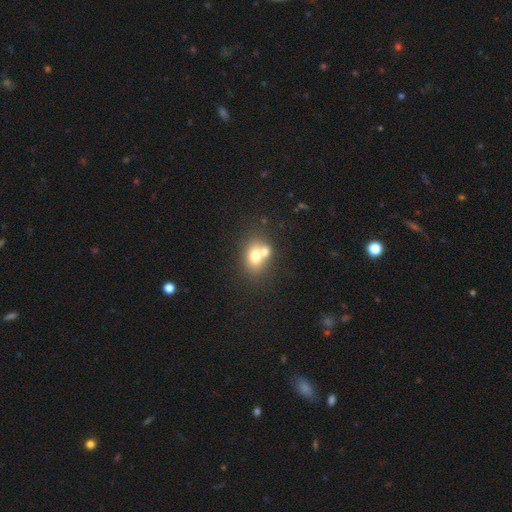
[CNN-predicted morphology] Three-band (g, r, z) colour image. It shows a smooth galaxy with no disk features (68%) that is in between round and cigar-shaped (56%). Merging: merger (51%).